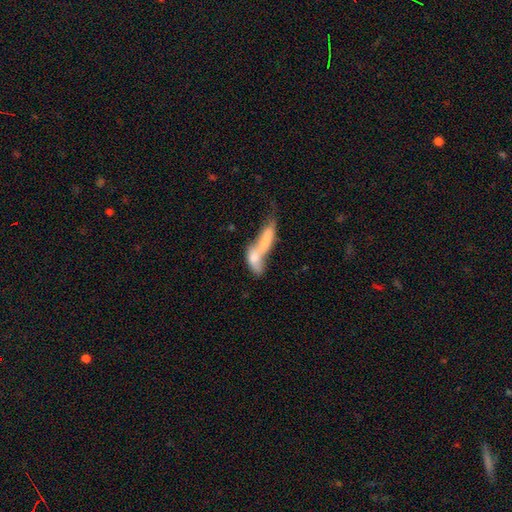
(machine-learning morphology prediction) Smooth or featured?
  - smooth: 61% *
  - featured or disk: 31%
  - star or artifact: 8%
How rounded?
  - in between: 57% *
  - cigar-shaped: 38%
  - round: 6%
Merging?
  - merger: 73% *
  - major disturbance: 11%
  - none: 10%
  - minor disturbance: 6%